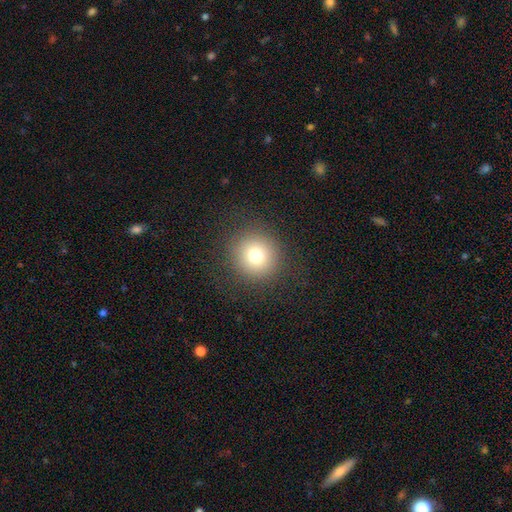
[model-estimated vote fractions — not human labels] Smooth or featured? Predicted: smooth (p=0.76). How rounded? Predicted: round (p=0.94). Merging? Predicted: none (p=0.88).